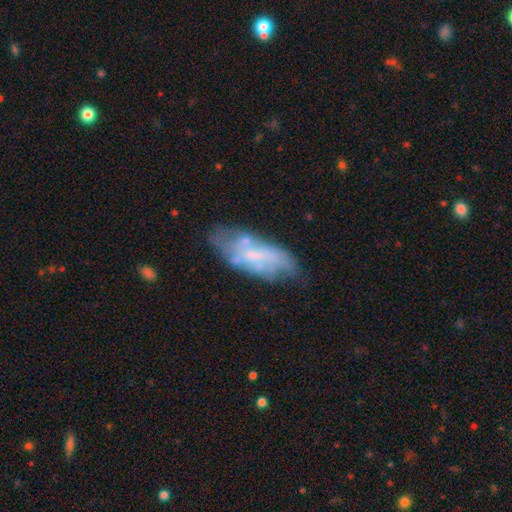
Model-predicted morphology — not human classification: type=featured or disk (53%); edge-on=no (88%); merging=none (50%).